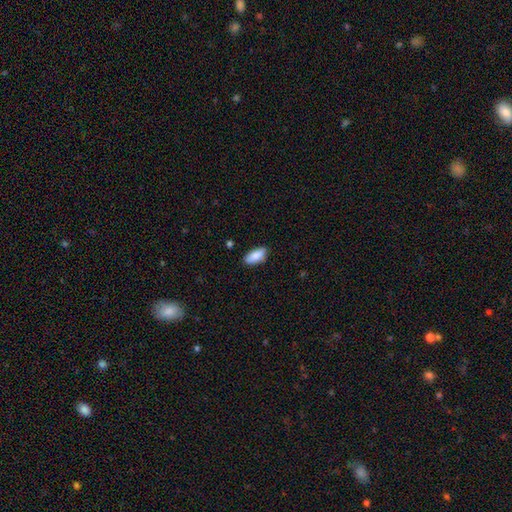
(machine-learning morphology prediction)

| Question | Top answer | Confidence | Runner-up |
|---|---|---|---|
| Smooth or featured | smooth | 87% | featured or disk (7%) |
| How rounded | in between | 88% | cigar-shaped (10%) |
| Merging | none | 83% | minor disturbance (13%) |